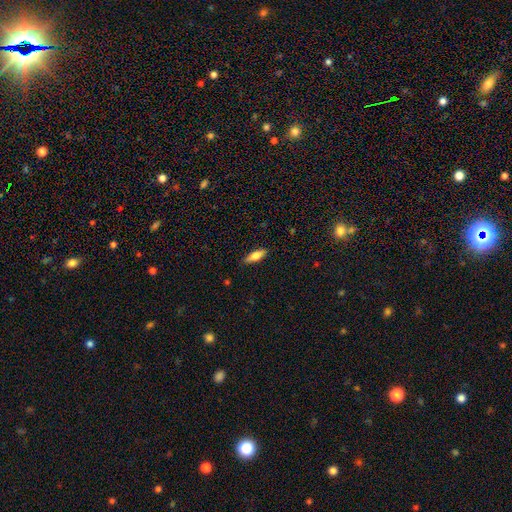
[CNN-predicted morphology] type=smooth (73%); roundness=in between (60%); merging=none (85%).